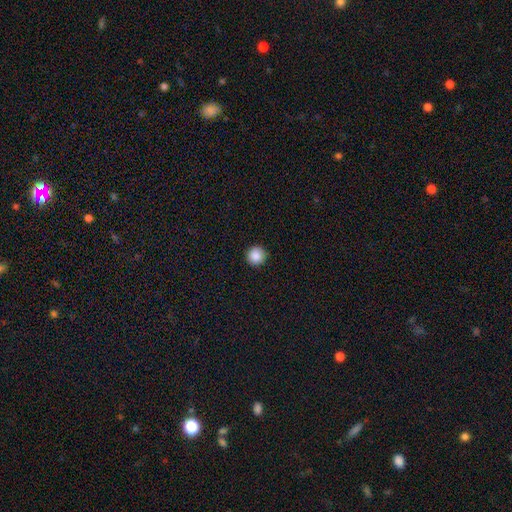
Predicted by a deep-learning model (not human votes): smooth-or-featured: smooth: 88% | star or artifact: 9% | featured or disk: 3%
  how-rounded: round: 96% | in between: 3% | cigar-shaped: 1%
  merging: none: 93% | minor disturbance: 5% | major disturbance: 2% | merger: 1%